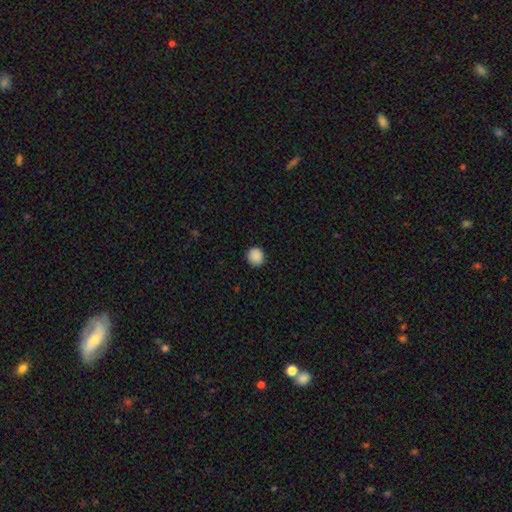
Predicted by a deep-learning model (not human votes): Smooth or featured?
  - smooth: 89% *
  - star or artifact: 9%
  - featured or disk: 2%
How rounded?
  - round: 88% *
  - in between: 12%
  - cigar-shaped: 1%
Merging?
  - none: 91% *
  - minor disturbance: 6%
  - major disturbance: 2%
  - merger: 1%